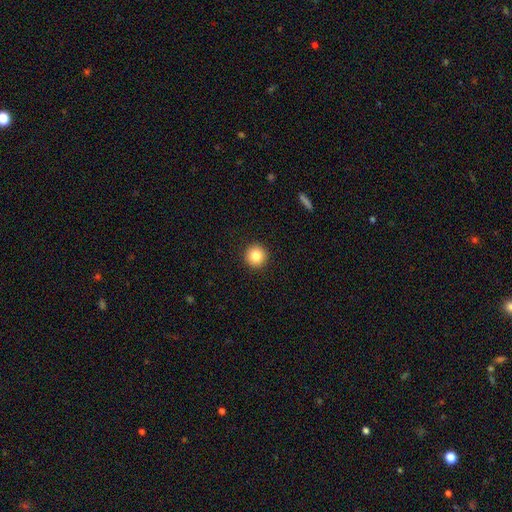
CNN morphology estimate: Smooth or featured? smooth (83%)
How rounded? round (95%)
Merging? none (93%)